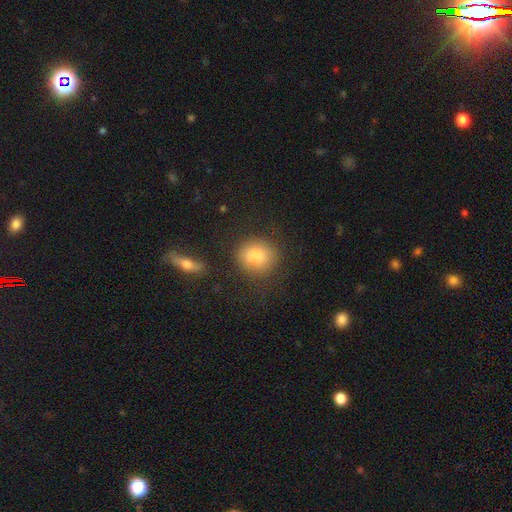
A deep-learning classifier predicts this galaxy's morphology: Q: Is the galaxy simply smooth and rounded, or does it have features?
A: smooth — 82%.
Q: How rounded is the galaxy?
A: round — 74%.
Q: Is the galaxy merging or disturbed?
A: none — 79%.